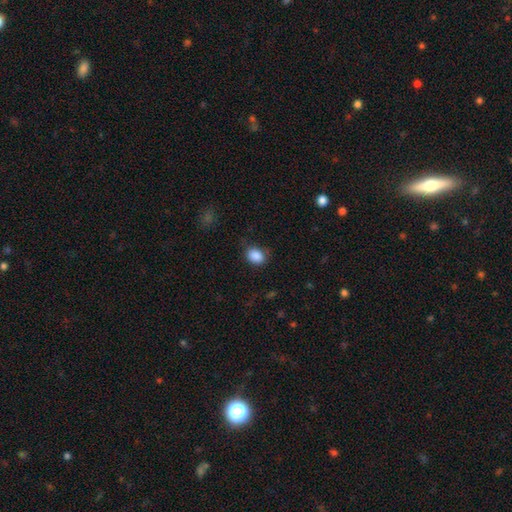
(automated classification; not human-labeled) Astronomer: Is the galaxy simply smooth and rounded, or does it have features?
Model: smooth — 88%.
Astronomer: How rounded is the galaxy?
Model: in between — 58% (runner-up: round, 41%).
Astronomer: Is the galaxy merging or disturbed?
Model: none — 75%.